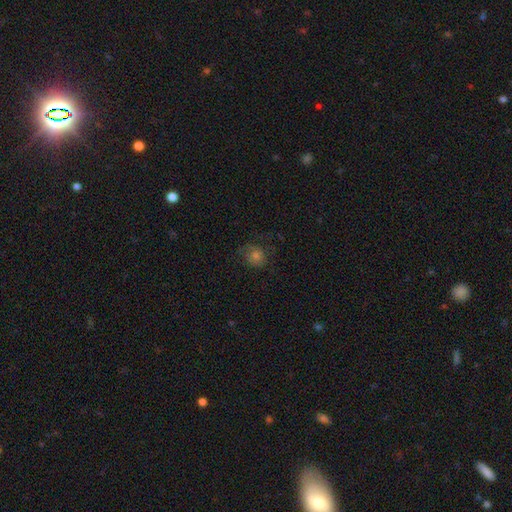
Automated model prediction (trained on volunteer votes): Smooth or featured? smooth (57%)
How rounded? round (80%)
Merging? none (68%)